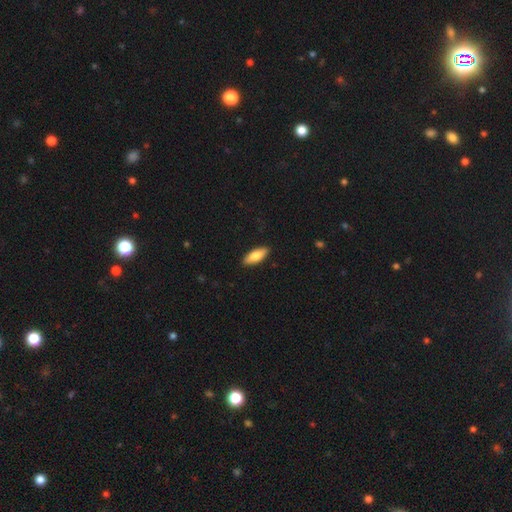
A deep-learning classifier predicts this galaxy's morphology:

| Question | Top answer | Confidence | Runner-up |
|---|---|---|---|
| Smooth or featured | smooth | 81% | featured or disk (14%) |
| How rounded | in between | 72% | cigar-shaped (26%) |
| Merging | none | 90% | minor disturbance (7%) |